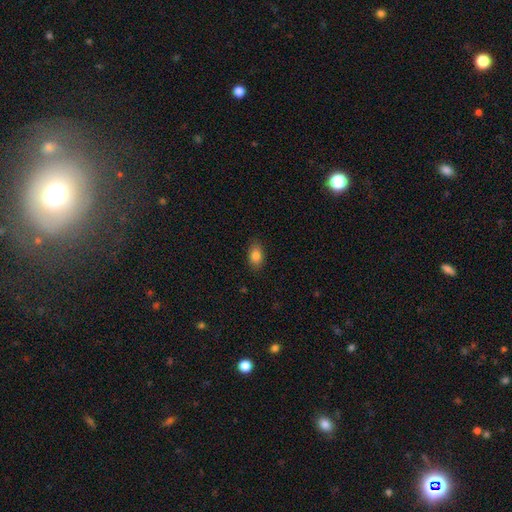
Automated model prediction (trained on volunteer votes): smooth_or_featured: smooth (p=0.84) [alt: star or artifact p=0.08]
how_rounded: in between (p=0.89) [alt: round p=0.09]
merging: none (p=0.87) [alt: minor disturbance p=0.10]